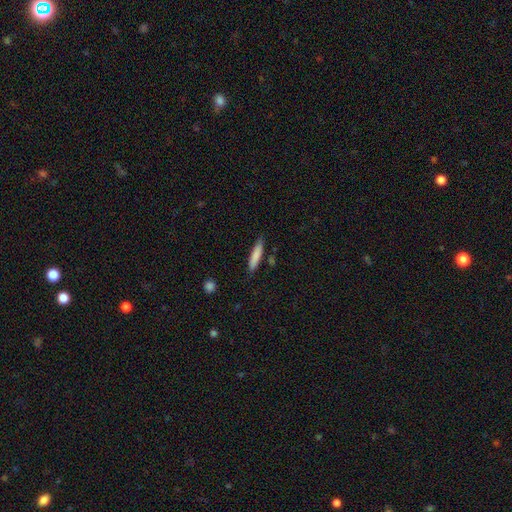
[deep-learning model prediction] A smooth galaxy with no disk features (82%) that is cigar-shaped (86%).

Vote fractions:
- Smooth or featured? smooth: 82% / featured or disk: 12% / star or artifact: 6%
- How rounded? cigar-shaped: 86% / in between: 12% / round: 1%
- Merging? none: 82% / minor disturbance: 13% / merger: 3% / major disturbance: 2%